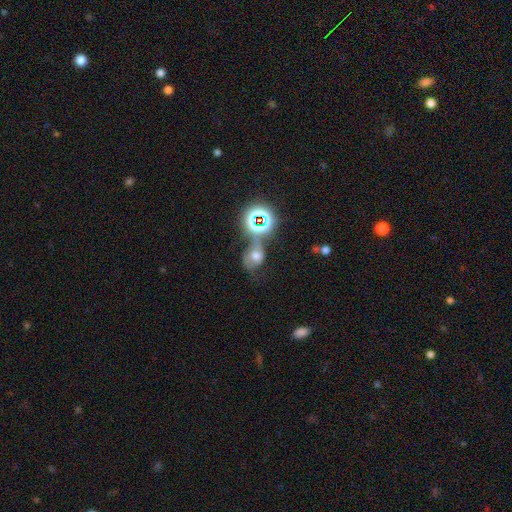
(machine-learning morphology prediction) Smooth or featured? Predicted: smooth (p=0.44). Merging? Predicted: none (p=0.31).